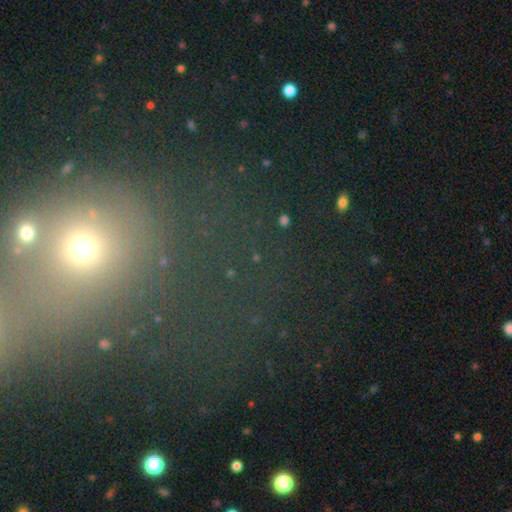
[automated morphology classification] Smooth or featured? star or artifact (51%)